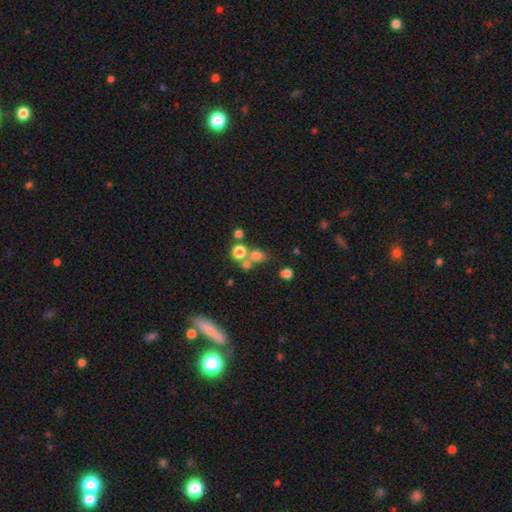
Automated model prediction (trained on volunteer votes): Morphology: type=smooth (70%); roundness=round (70%); merging=none (49%).